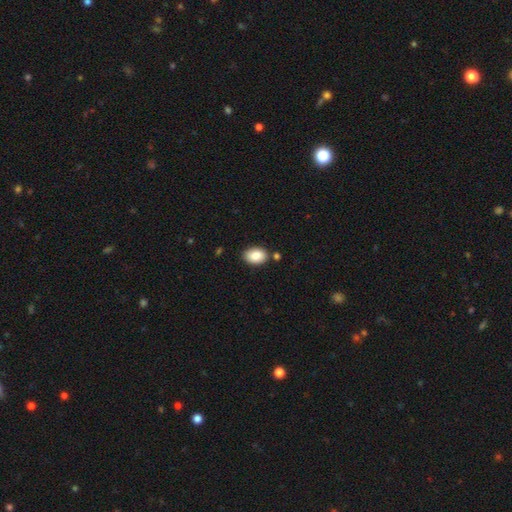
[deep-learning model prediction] This is clearly a smooth galaxy (85%). How rounded: likely in between (78%). Merging: clearly none (82%).